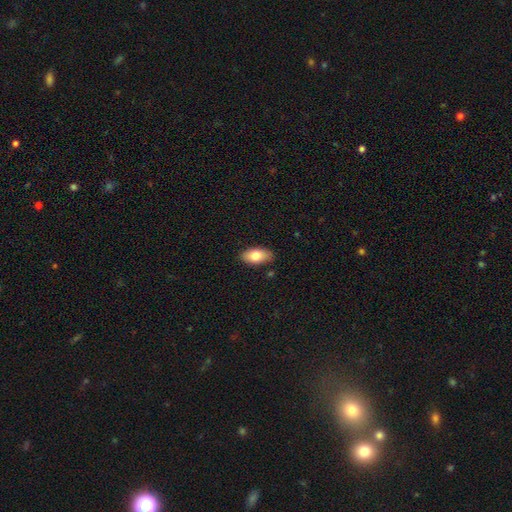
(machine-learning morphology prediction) Smooth or featured? Predicted: smooth (p=0.79). How rounded? Predicted: in between (p=0.92). Merging? Predicted: none (p=0.84).